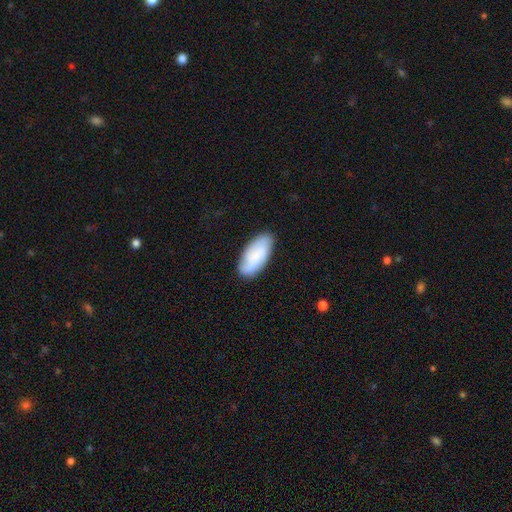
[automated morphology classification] A smooth galaxy with no disk features (76%) that is in between round and cigar-shaped (90%).

Vote fractions:
- Smooth or featured? smooth: 76% / featured or disk: 18% / star or artifact: 6%
- How rounded? in between: 90% / cigar-shaped: 9% / round: 2%
- Merging? none: 83% / minor disturbance: 13% / major disturbance: 3% / merger: 1%